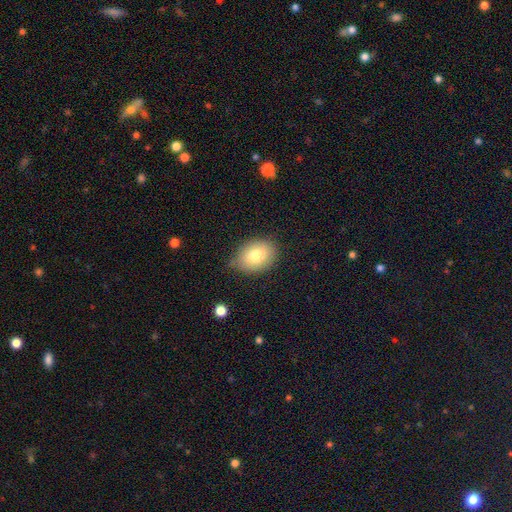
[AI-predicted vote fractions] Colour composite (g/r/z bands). It shows a smooth galaxy with no disk features (78%) that is in between round and cigar-shaped (72%). Merging: none (73%).